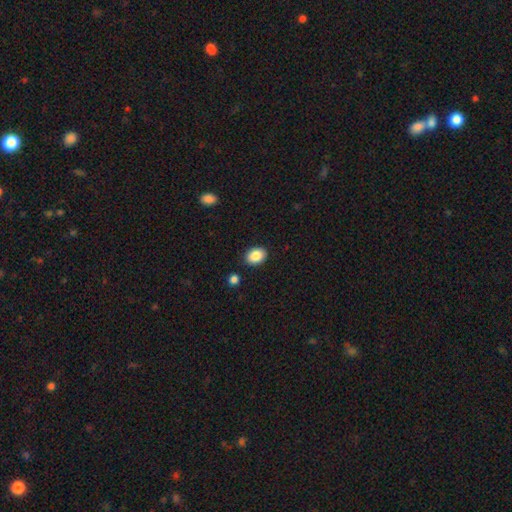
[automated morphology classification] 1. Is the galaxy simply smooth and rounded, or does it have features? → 88% smooth, 8% star or artifact, 5% featured or disk.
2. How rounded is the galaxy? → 72% in between, 27% round, 1% cigar-shaped.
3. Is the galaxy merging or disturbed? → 89% none, 7% minor disturbance, 2% major disturbance, 2% merger.